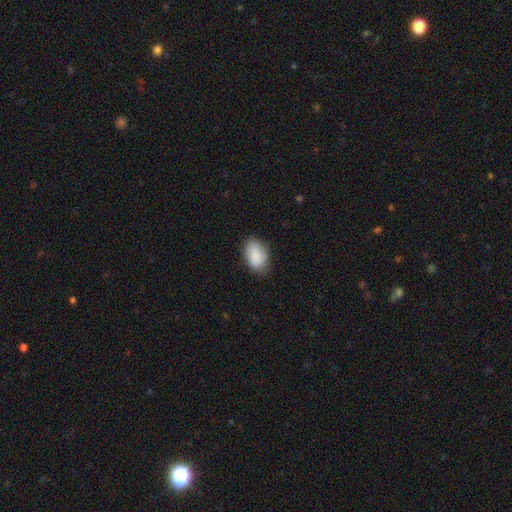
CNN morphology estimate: Q: Smooth or featured?
A: smooth (88%); runner-up: star or artifact (6%)
Q: How rounded?
A: in between (89%); runner-up: round (10%)
Q: Merging?
A: none (75%); runner-up: minor disturbance (20%)